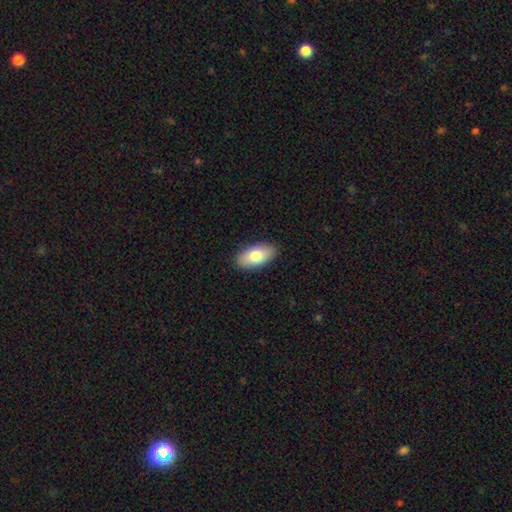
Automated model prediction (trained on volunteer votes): This is likely a smooth galaxy (78%). How rounded: clearly in between (93%). Merging: clearly none (89%).